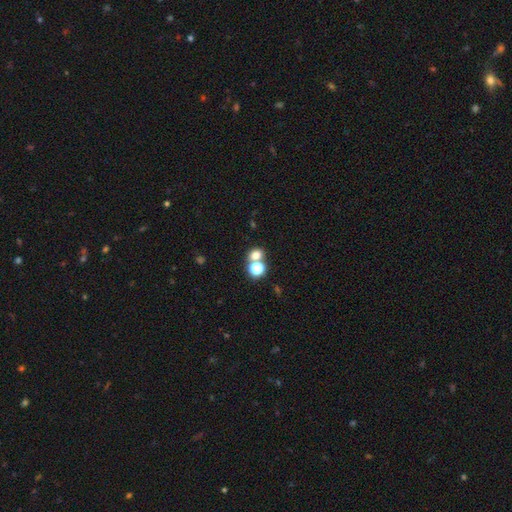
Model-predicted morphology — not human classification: This is likely a smooth galaxy (70%). How rounded: likely round (67%). Merging: possibly none (52%).